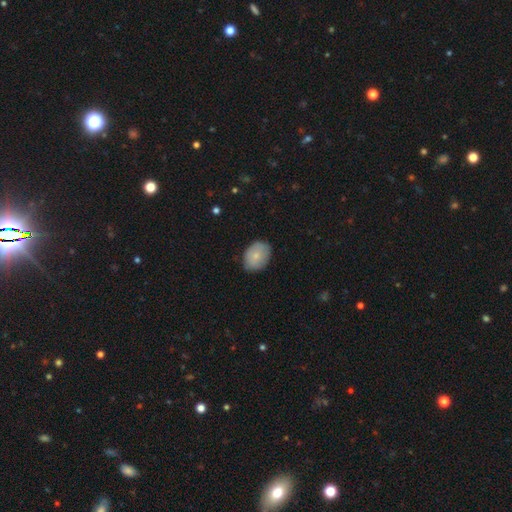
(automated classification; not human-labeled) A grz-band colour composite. It shows a smooth galaxy with no disk features (78%) that is in between round and cigar-shaped (70%). Merging: none (79%).